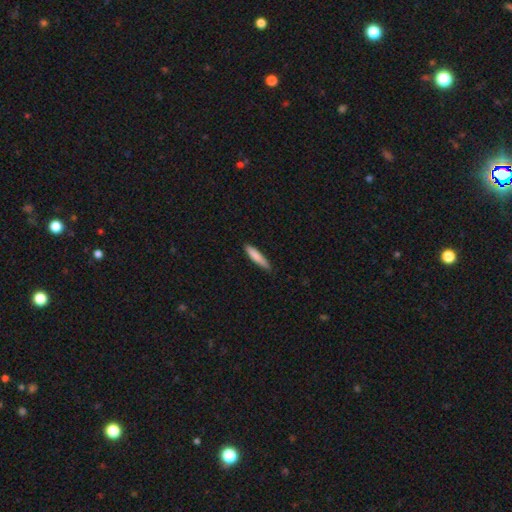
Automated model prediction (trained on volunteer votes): Overall: smooth (82%). How rounded: cigar-shaped (87%). Merging: none (85%).